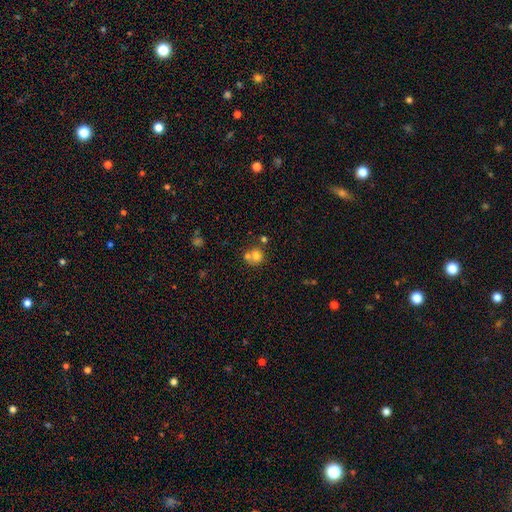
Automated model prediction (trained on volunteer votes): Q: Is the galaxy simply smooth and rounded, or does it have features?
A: smooth — 72%.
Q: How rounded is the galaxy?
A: round — 84%.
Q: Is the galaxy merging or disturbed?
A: merger — 47%.